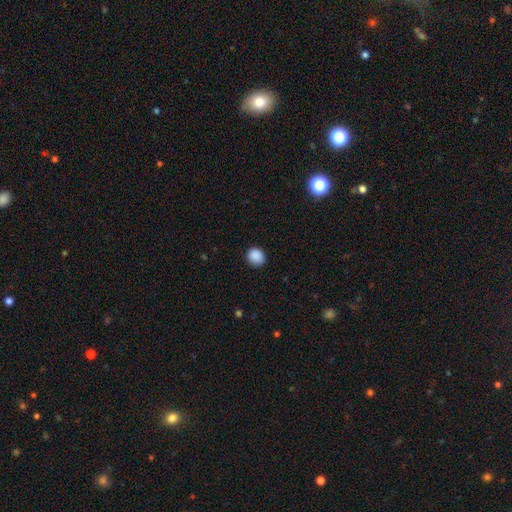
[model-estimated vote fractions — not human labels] smooth 89%, star or artifact 9%, featured or disk 3%. Down the decision tree: how rounded — round (70%); merging — none (86%).